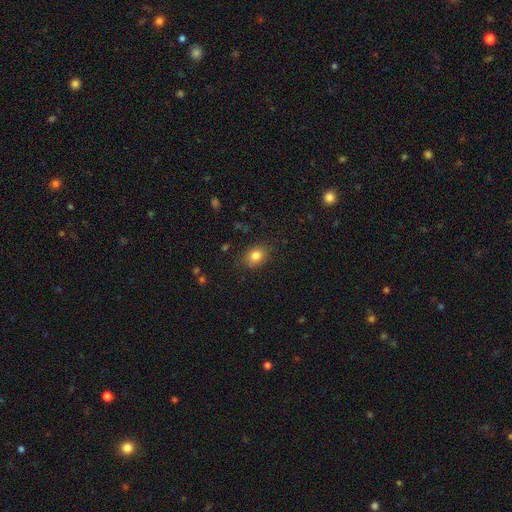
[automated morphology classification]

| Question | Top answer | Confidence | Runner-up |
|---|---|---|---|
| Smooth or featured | smooth | 83% | star or artifact (10%) |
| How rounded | in between | 65% | round (34%) |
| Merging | none | 83% | minor disturbance (13%) |